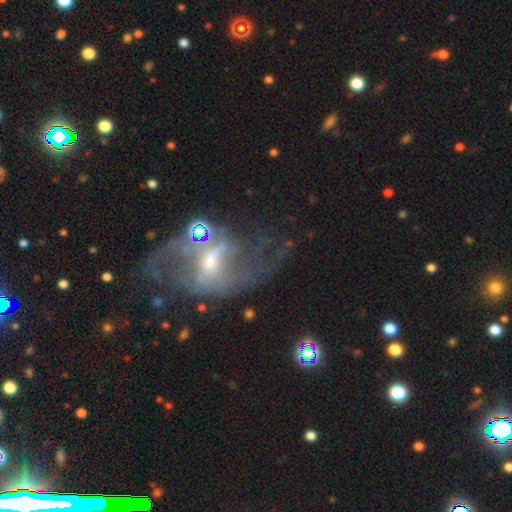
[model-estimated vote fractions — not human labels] Smooth or featured?
  - featured or disk: 83% *
  - star or artifact: 10%
  - smooth: 7%
Edge-on disk?
  - no: 96% *
  - yes: 4%
Bar?
  - weak: 51% *
  - strong: 27%
  - no: 22%
Spiral arms?
  - yes: 90% *
  - no: 10%
Spiral winding?
  - loose: 55% *
  - medium: 35%
  - tight: 10%
Spiral arm count?
  - 2: 83% *
  - can't tell: 8%
  - 1: 3%
  - 3: 2%
  - 4: 2%
  - more than 4: 2%
Bulge size?
  - small: 47% *
  - moderate: 43%
  - large: 4%
  - none: 4%
  - dominant: 1%
Merging?
  - none: 59% *
  - minor disturbance: 17%
  - major disturbance: 17%
  - merger: 7%